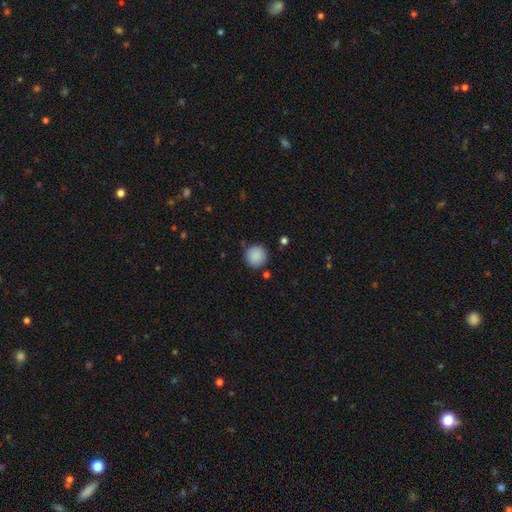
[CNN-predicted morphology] smooth-or-featured: smooth: 89% | star or artifact: 8% | featured or disk: 3%
  how-rounded: round: 94% | in between: 5% | cigar-shaped: 1%
  merging: none: 86% | minor disturbance: 9% | major disturbance: 3% | merger: 3%